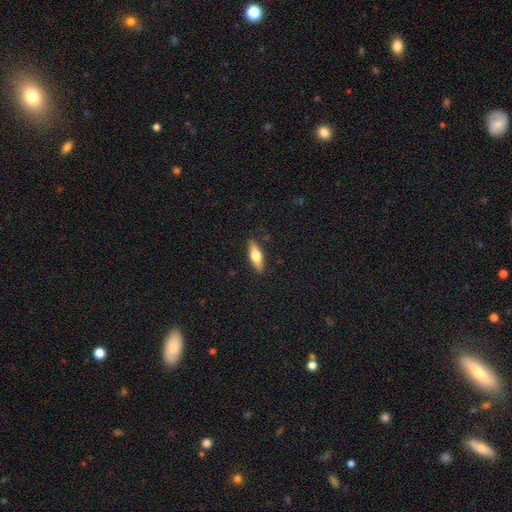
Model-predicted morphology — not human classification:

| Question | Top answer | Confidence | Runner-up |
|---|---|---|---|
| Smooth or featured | smooth | 51% | featured or disk (43%) |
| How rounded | cigar-shaped | 54% | in between (43%) |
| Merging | none | 88% | minor disturbance (9%) |